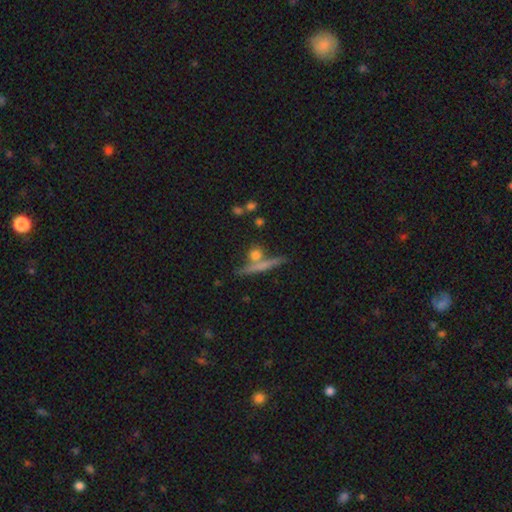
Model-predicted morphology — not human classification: Smooth or featured?
  - smooth: 62% *
  - featured or disk: 28%
  - star or artifact: 10%
How rounded?
  - round: 47% *
  - cigar-shaped: 39%
  - in between: 14%
Merging?
  - none: 64% *
  - merger: 21%
  - minor disturbance: 10%
  - major disturbance: 5%